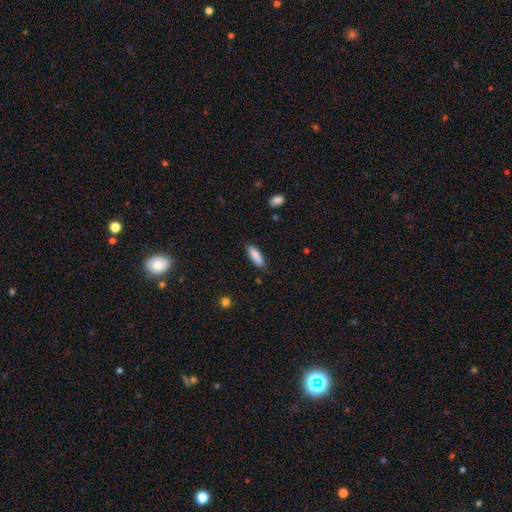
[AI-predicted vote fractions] smooth_or_featured: smooth (p=0.87) [alt: featured or disk p=0.07]
how_rounded: in between (p=0.55) [alt: cigar-shaped p=0.44]
merging: none (p=0.82) [alt: minor disturbance p=0.14]